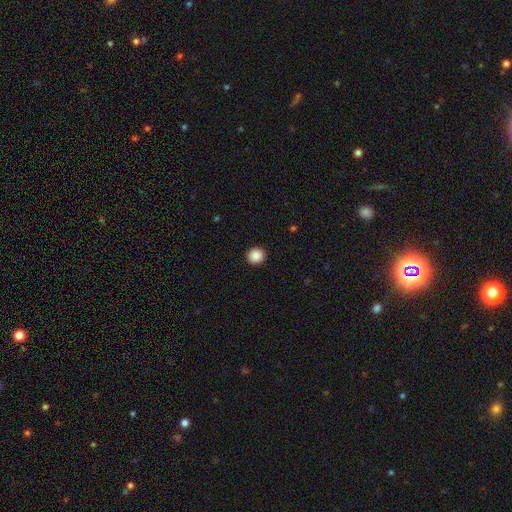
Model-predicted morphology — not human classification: smooth_or_featured: smooth (p=0.89) [alt: star or artifact p=0.09]
how_rounded: round (p=0.91) [alt: in between p=0.08]
merging: none (p=0.93) [alt: minor disturbance p=0.05]